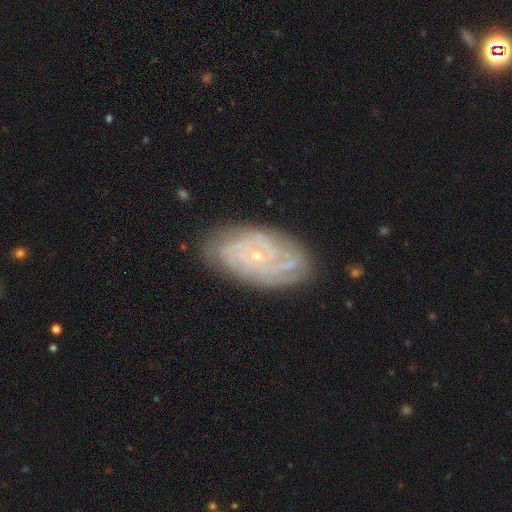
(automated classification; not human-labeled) Smooth or featured? Predicted: featured or disk (p=0.82). Edge-on disk? Predicted: no (p=0.95). Bar? Predicted: no (p=0.77). Spiral arms? Predicted: yes (p=0.95). Spiral winding? Predicted: tight (p=0.74). Spiral arm count? Predicted: can't tell (p=0.33). Bulge size? Predicted: small (p=0.82). Merging? Predicted: none (p=0.78).